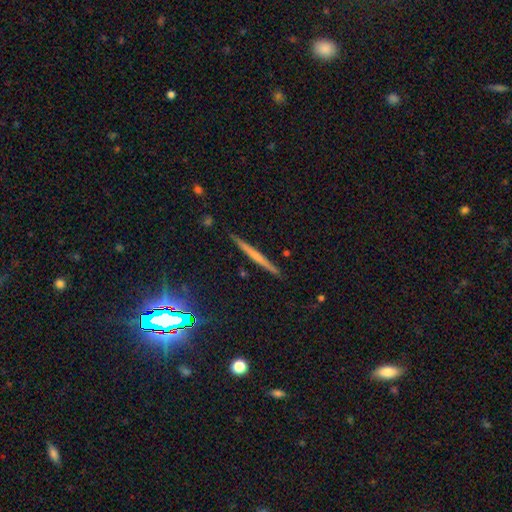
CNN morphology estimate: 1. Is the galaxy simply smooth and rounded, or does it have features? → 49% featured or disk, 40% smooth, 11% star or artifact.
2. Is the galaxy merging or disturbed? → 90% none, 7% minor disturbance, 1% major disturbance, 1% merger.